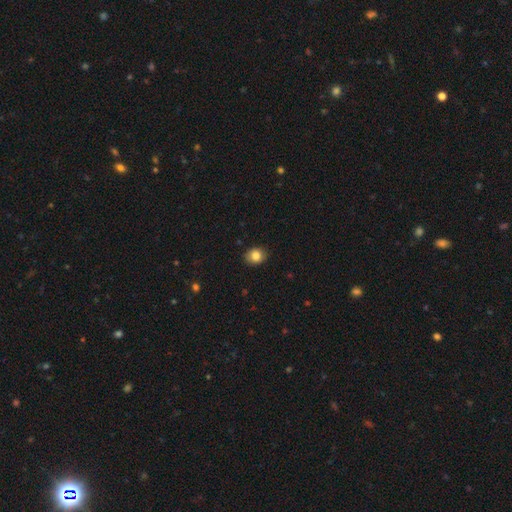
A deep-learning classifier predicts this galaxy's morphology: type=smooth (83%); roundness=round (62%); merging=none (87%).